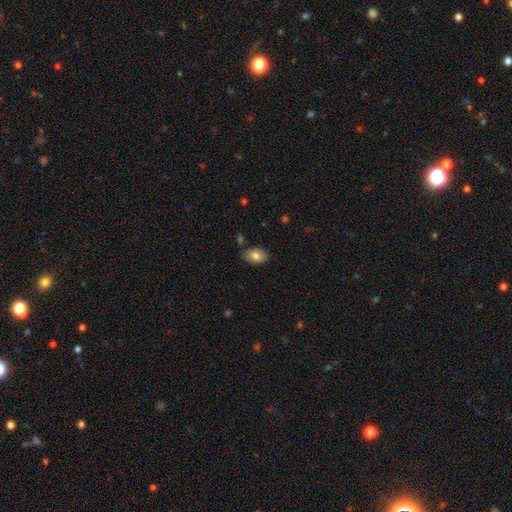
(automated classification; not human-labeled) This appears to be a smooth galaxy with no disk features (81%) that is in between round and cigar-shaped (90%). Merging: none (82%).